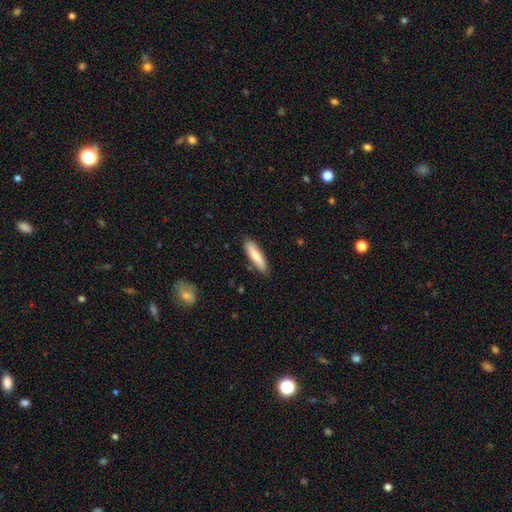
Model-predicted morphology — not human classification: A smooth galaxy with no disk features (76%) that is cigar-shaped (70%). Merging: none (85%).